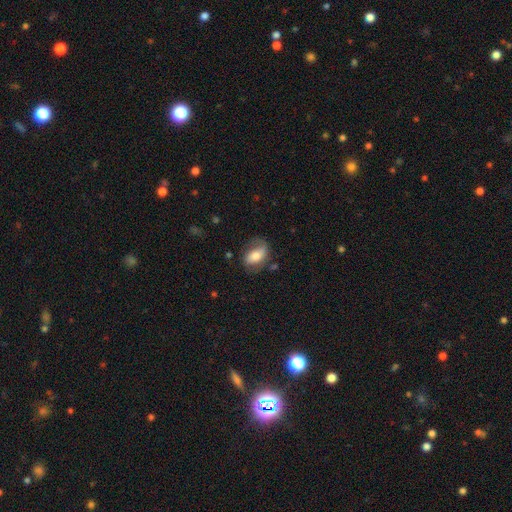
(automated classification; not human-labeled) A smooth galaxy with no disk features (51%) that is in between round and cigar-shaped (84%). Merging: none (63%).